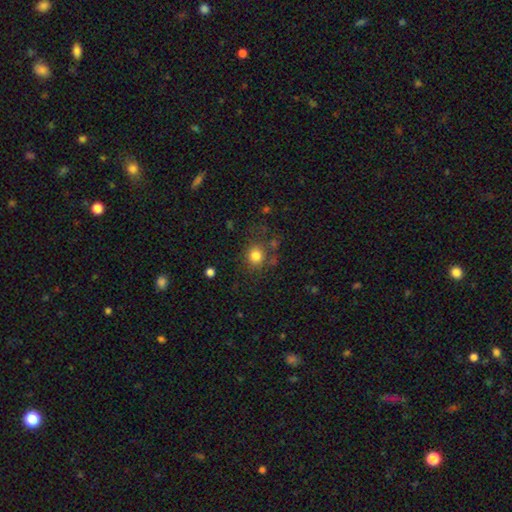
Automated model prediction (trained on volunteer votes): A smooth galaxy with no disk features (80%) that is round (82%).

Vote fractions:
- Smooth or featured? smooth: 80% / star or artifact: 13% / featured or disk: 8%
- How rounded? round: 82% / in between: 17% / cigar-shaped: 1%
- Merging? none: 74% / minor disturbance: 14% / major disturbance: 7% / merger: 6%